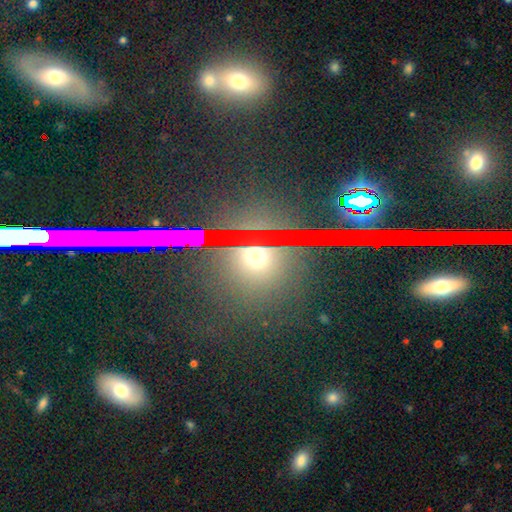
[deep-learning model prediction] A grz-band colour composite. It shows a smooth galaxy with no disk features (49%). Merging: none (82%).